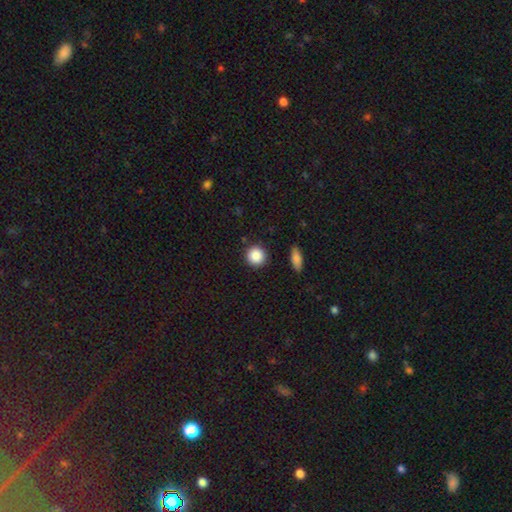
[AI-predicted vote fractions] This appears to be a smooth galaxy with no disk features (88%) that is round (92%). Merging: none (89%).